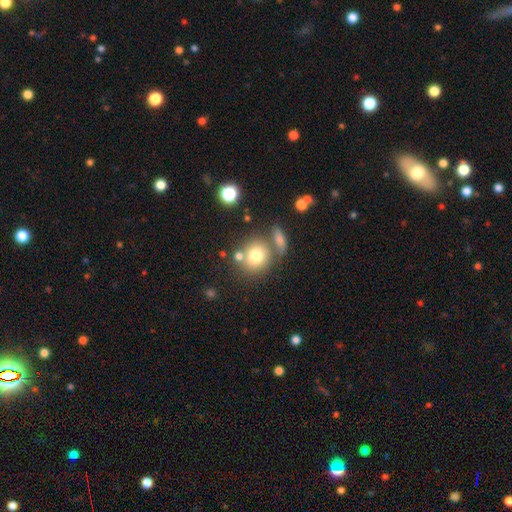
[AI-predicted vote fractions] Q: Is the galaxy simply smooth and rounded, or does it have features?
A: smooth — 75%.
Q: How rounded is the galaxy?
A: round — 81%.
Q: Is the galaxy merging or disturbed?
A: none — 61%.